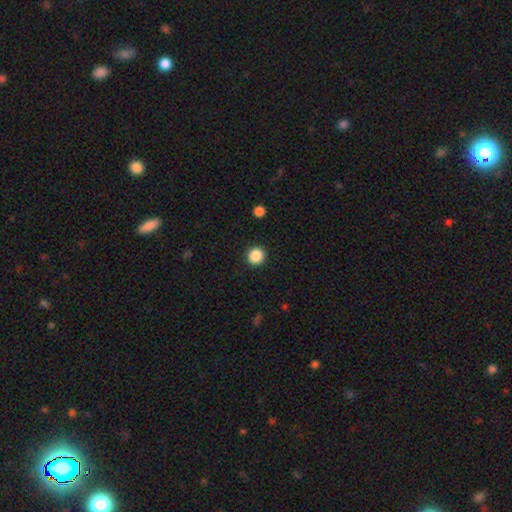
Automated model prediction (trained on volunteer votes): Morphology: type=smooth (88%); roundness=round (93%); merging=none (92%).